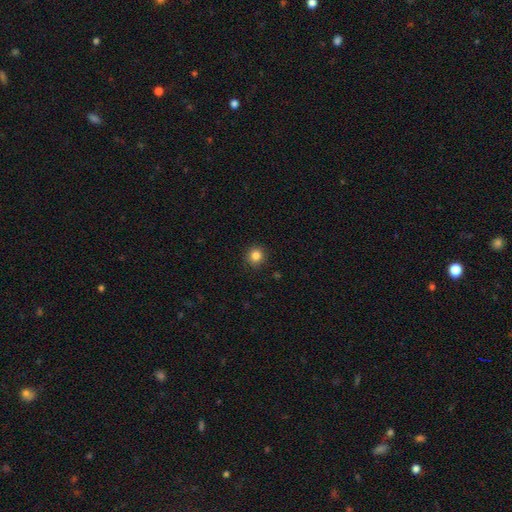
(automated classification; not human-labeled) Smooth or featured? Predicted: smooth (p=0.84). How rounded? Predicted: round (p=0.92). Merging? Predicted: none (p=0.90).